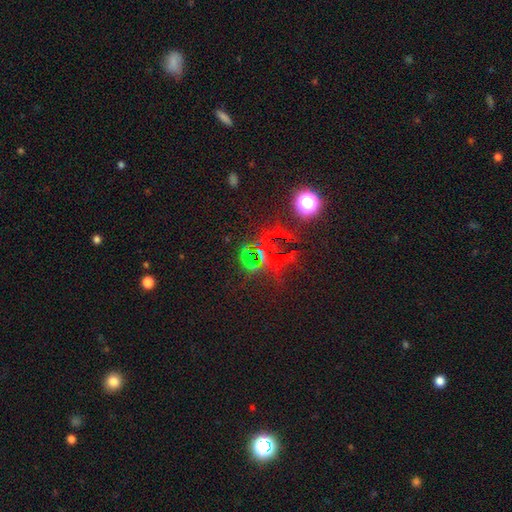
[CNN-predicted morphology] The model was most divided on "smooth or featured": star or artifact: 76%, smooth: 14%, featured or disk: 10%.